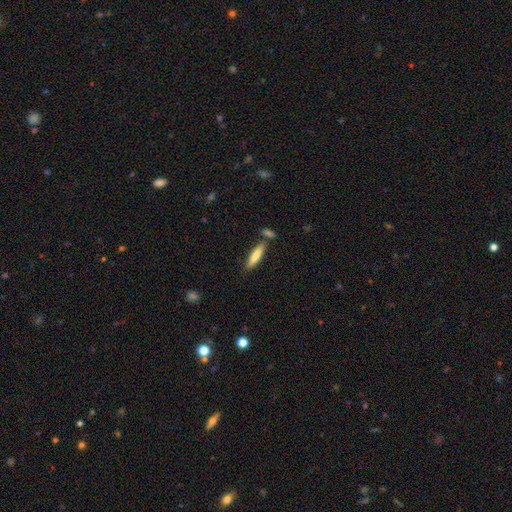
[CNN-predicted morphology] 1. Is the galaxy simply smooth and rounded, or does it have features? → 77% smooth, 18% featured or disk, 6% star or artifact.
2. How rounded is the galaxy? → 75% cigar-shaped, 23% in between, 1% round.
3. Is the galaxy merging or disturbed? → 74% none, 12% minor disturbance, 11% merger, 3% major disturbance.